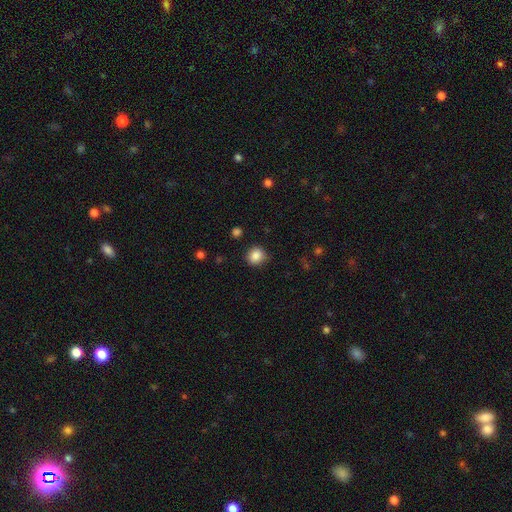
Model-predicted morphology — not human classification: Smooth or featured?
  - smooth: 86% *
  - star or artifact: 10%
  - featured or disk: 4%
How rounded?
  - round: 84% *
  - in between: 15%
  - cigar-shaped: 1%
Merging?
  - none: 83% *
  - minor disturbance: 13%
  - major disturbance: 3%
  - merger: 2%